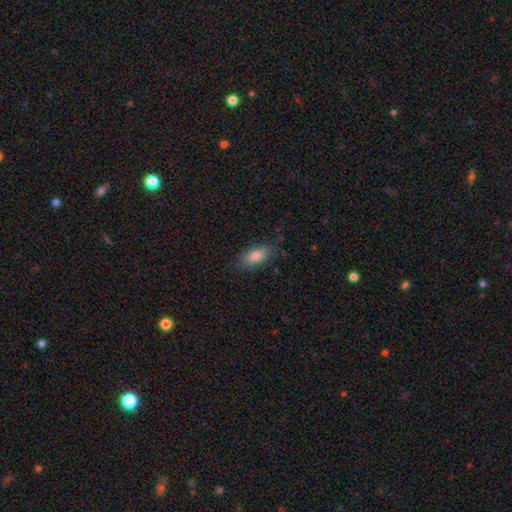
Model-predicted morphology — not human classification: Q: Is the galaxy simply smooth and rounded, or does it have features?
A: smooth — 82%.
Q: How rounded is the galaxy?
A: in between — 86%.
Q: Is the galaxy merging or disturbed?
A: none — 77%.